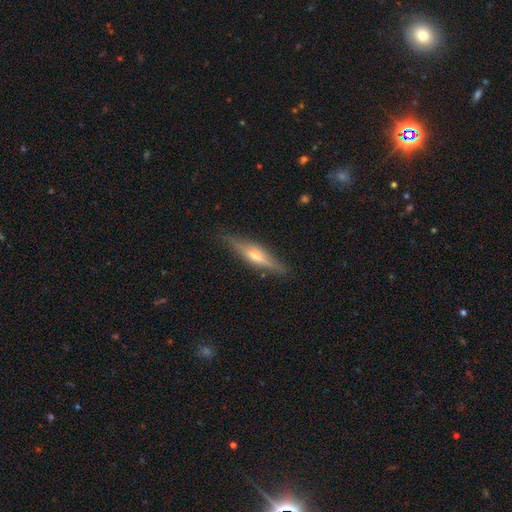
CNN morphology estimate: This appears to be a featured or disk galaxy (68%) viewed edge-on (95%) with a rounded central bulge (79%). Merging: none (86%).